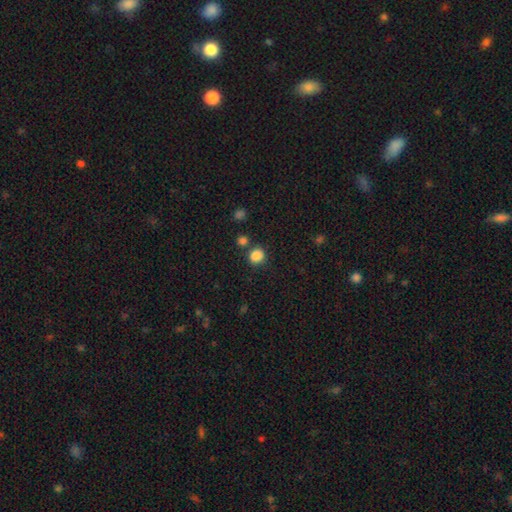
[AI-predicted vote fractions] smooth_or_featured: smooth (p=0.86) [alt: star or artifact p=0.11]
how_rounded: round (p=0.80) [alt: in between p=0.20]
merging: none (p=0.77) [alt: merger p=0.10]